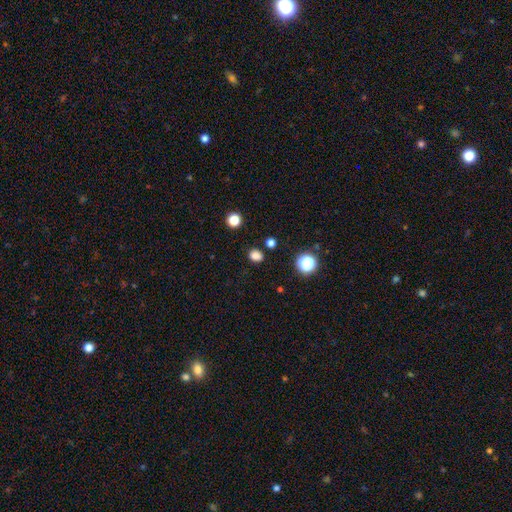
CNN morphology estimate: Smooth or featured? smooth (81%)
How rounded? round (54%)
Merging? none (86%)